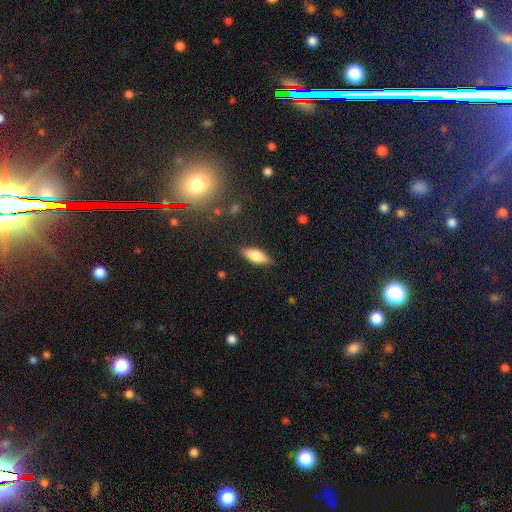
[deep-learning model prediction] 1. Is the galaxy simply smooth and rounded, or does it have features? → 74% smooth, 19% featured or disk, 7% star or artifact.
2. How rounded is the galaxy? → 68% in between, 30% cigar-shaped, 2% round.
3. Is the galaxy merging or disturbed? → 85% none, 11% minor disturbance, 3% major disturbance, 1% merger.